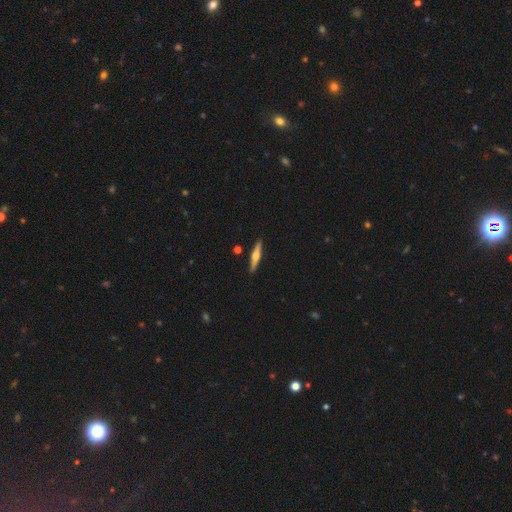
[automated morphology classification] Smooth or featured?
  - featured or disk: 59% *
  - smooth: 35%
  - star or artifact: 6%
Edge-on disk?
  - yes: 97% *
  - no: 3%
Edge-on bulge?
  - rounded: 87% *
  - boxy: 8%
  - none: 5%
Merging?
  - none: 89% *
  - minor disturbance: 7%
  - merger: 2%
  - major disturbance: 2%